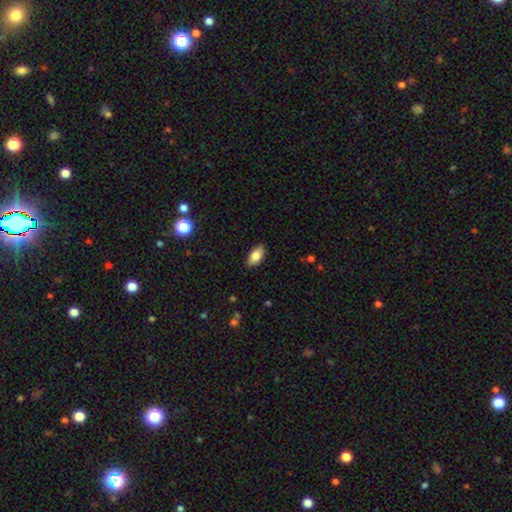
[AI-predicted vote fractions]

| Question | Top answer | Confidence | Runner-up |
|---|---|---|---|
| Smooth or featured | smooth | 84% | featured or disk (9%) |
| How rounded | in between | 93% | cigar-shaped (4%) |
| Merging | none | 87% | minor disturbance (10%) |